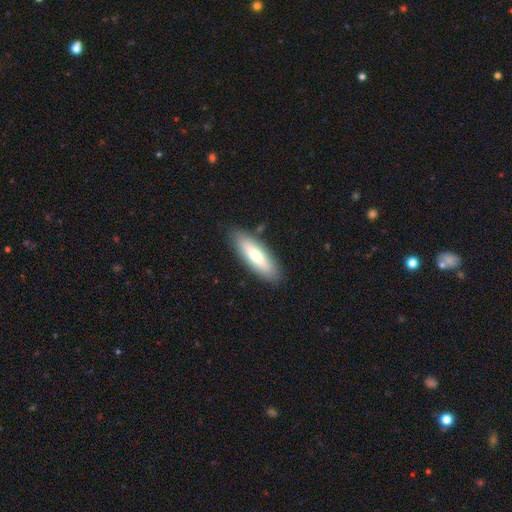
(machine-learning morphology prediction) smooth-or-featured: smooth: 67% | featured or disk: 27% | star or artifact: 6%
  how-rounded: in between: 51% | cigar-shaped: 47% | round: 2%
  merging: none: 87% | minor disturbance: 9% | major disturbance: 2% | merger: 2%